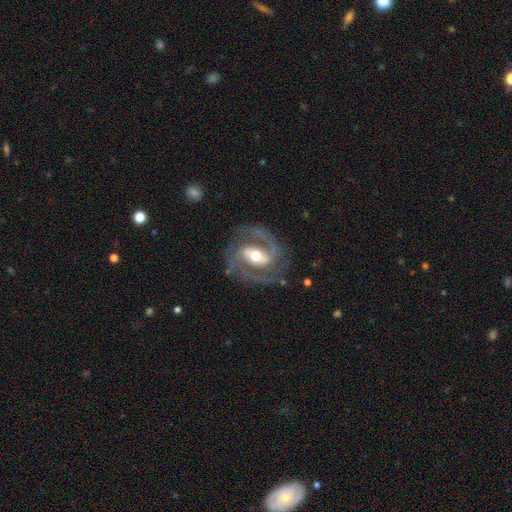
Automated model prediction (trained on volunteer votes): Smooth or featured? Predicted: featured or disk (p=0.91). Edge-on disk? Predicted: no (p=0.97). Bar? Predicted: strong (p=0.45). Spiral arms? Predicted: yes (p=0.97). Spiral winding? Predicted: medium (p=0.55). Spiral arm count? Predicted: 2 (p=0.88). Bulge size? Predicted: moderate (p=0.69). Merging? Predicted: none (p=0.78).